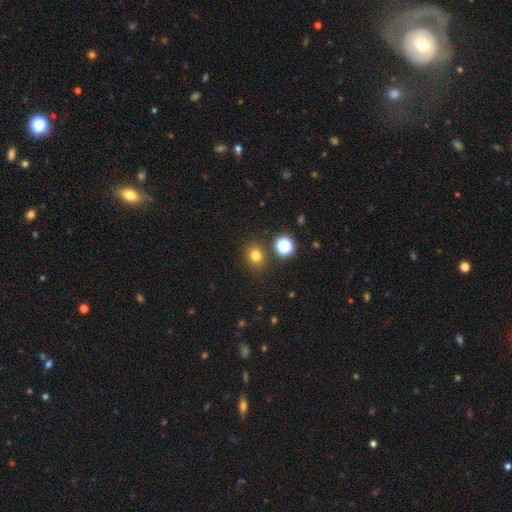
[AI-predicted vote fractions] smooth_or_featured: smooth (p=0.76) [alt: star or artifact p=0.18]
how_rounded: round (p=0.73) [alt: in between p=0.26]
merging: none (p=0.83) [alt: minor disturbance p=0.08]